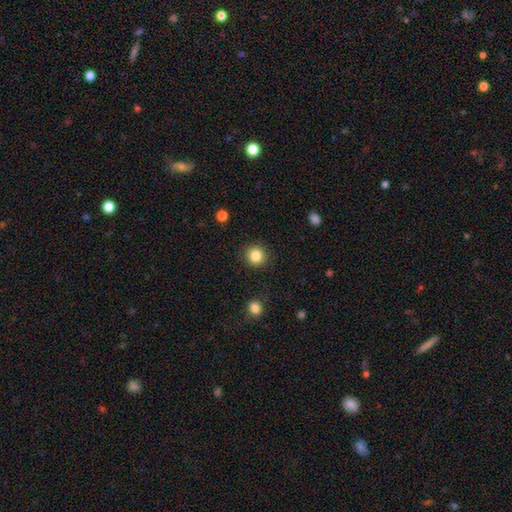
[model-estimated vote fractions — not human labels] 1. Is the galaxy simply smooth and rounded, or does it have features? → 84% smooth, 11% star or artifact, 5% featured or disk.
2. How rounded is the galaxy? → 92% round, 7% in between, 1% cigar-shaped.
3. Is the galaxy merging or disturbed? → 90% none, 7% minor disturbance, 2% major disturbance, 1% merger.